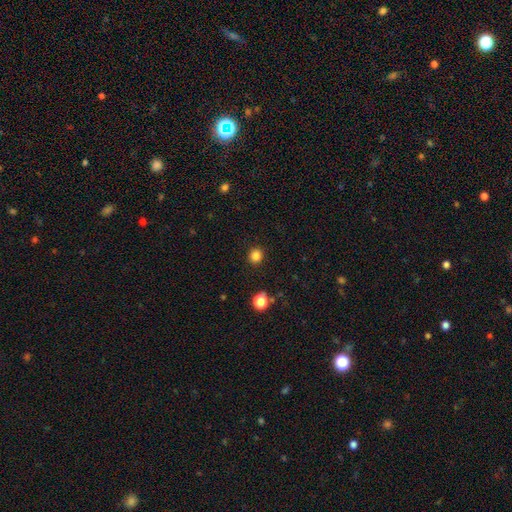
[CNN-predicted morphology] Smooth or featured? smooth (84%)
How rounded? round (86%)
Merging? none (90%)